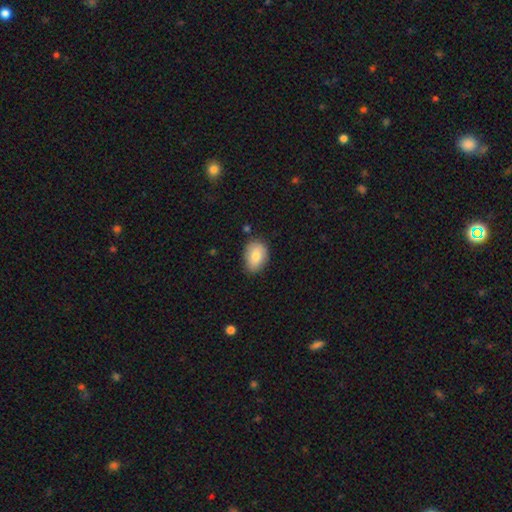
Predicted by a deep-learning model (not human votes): The model was most divided on "merging": none: 74%, minor disturbance: 21%, major disturbance: 3%, merger: 2%. More confident: how rounded — in between (79%); smooth or featured — smooth (77%).